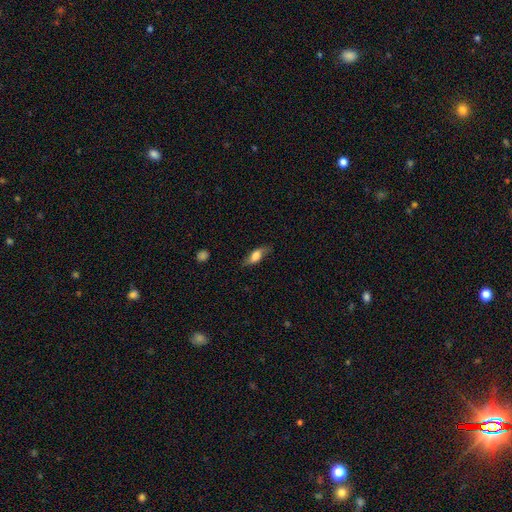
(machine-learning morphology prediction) smooth-or-featured: smooth: 60% | featured or disk: 32% | star or artifact: 8%
  how-rounded: in between: 69% | cigar-shaped: 26% | round: 5%
  merging: none: 73% | minor disturbance: 20% | major disturbance: 6% | merger: 1%